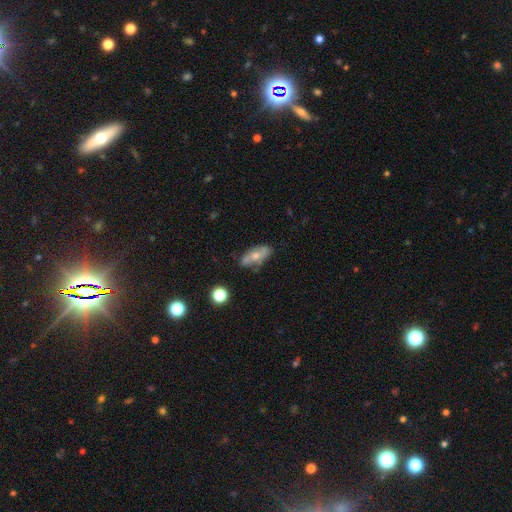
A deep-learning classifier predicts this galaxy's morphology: Smooth or featured? Predicted: featured or disk (p=0.47). Merging? Predicted: none (p=0.71).